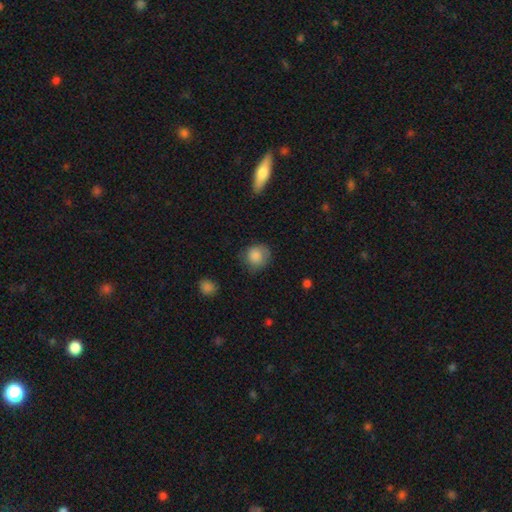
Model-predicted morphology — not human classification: type=smooth (83%); roundness=round (84%); merging=none (70%).